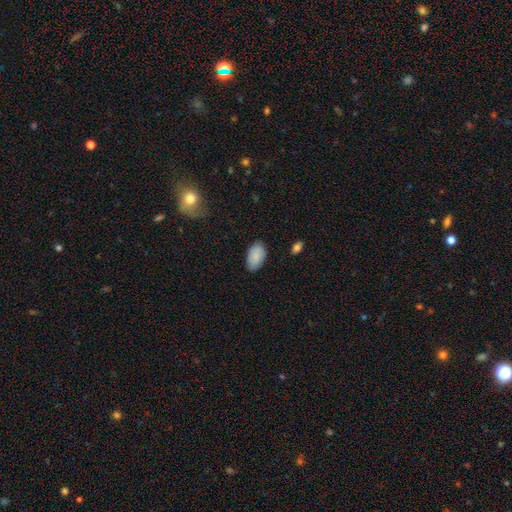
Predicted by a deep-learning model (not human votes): smooth_or_featured: smooth (p=0.86) [alt: featured or disk p=0.08]
how_rounded: in between (p=0.94) [alt: round p=0.05]
merging: none (p=0.80) [alt: minor disturbance p=0.16]